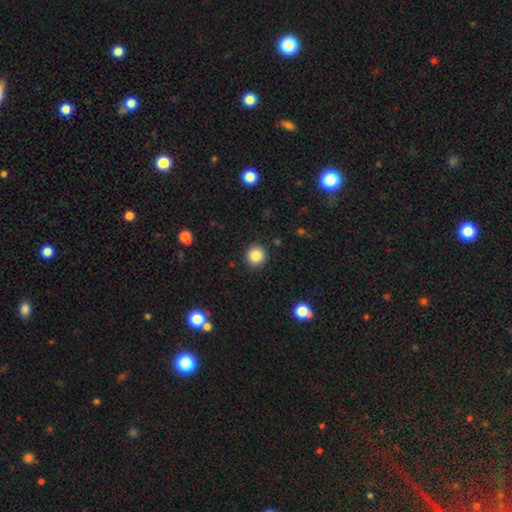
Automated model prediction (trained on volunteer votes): smooth 86%, star or artifact 10%, featured or disk 4%. Down the decision tree: how rounded — round (93%); merging — none (92%).